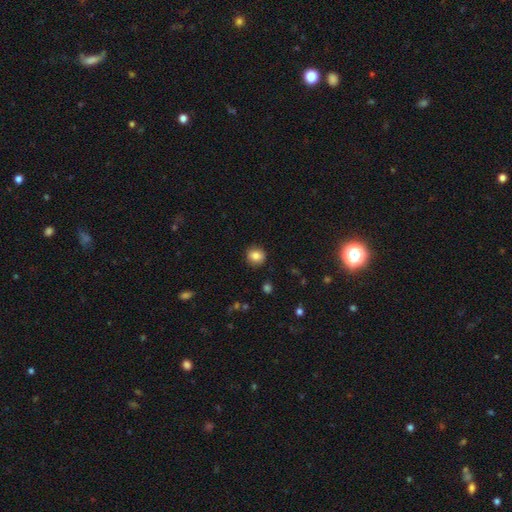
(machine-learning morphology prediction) Smooth or featured? Predicted: smooth (p=0.84). How rounded? Predicted: round (p=0.84). Merging? Predicted: none (p=0.88).